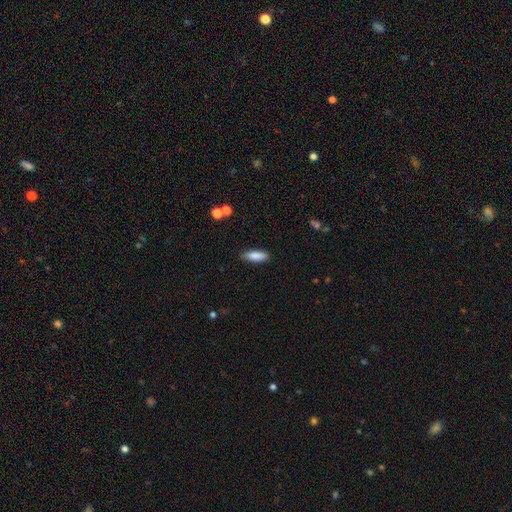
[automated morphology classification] A smooth galaxy with no disk features (85%) that is in between round and cigar-shaped (56%). Merging: none (85%).